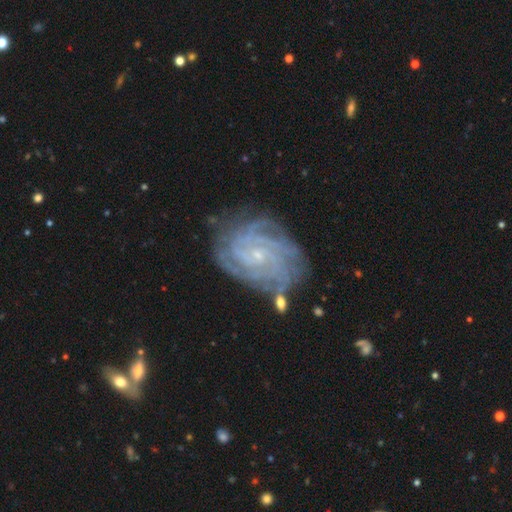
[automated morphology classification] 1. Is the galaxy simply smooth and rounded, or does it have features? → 84% featured or disk, 9% star or artifact, 7% smooth.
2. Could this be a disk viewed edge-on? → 97% no, 3% yes.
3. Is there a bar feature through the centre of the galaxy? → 59% no, 31% weak, 10% strong.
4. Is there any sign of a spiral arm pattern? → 98% yes, 2% no.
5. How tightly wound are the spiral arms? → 76% tight, 20% medium, 4% loose.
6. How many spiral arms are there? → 25% 4, 23% can't tell, 16% 3, 15% more than 4, 12% 2, 8% 1.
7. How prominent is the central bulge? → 79% small, 17% moderate, 3% none, 1% large, 1% dominant.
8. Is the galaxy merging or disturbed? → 77% none, 15% minor disturbance, 6% major disturbance, 3% merger.